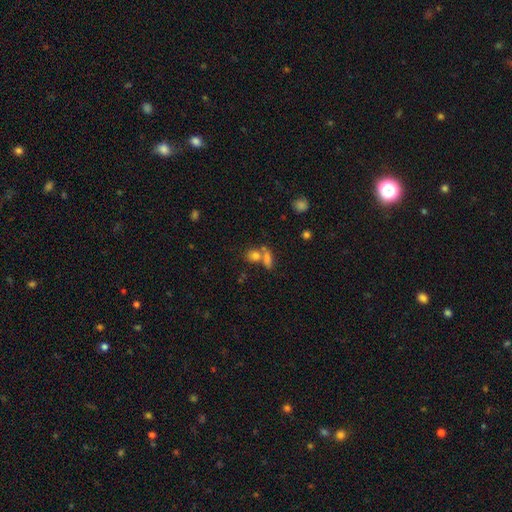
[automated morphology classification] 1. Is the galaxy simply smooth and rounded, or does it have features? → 47% smooth, 34% star or artifact, 19% featured or disk.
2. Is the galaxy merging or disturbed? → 43% none, 41% merger, 9% minor disturbance, 7% major disturbance.